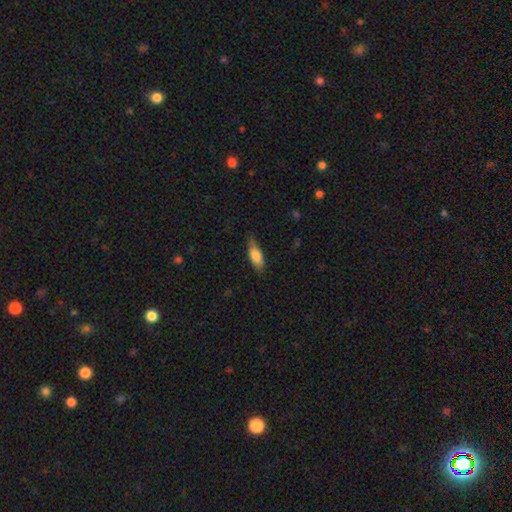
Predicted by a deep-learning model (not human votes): Q: Smooth or featured?
A: smooth (79%); runner-up: featured or disk (15%)
Q: How rounded?
A: in between (68%); runner-up: cigar-shaped (29%)
Q: Merging?
A: none (68%); runner-up: minor disturbance (26%)